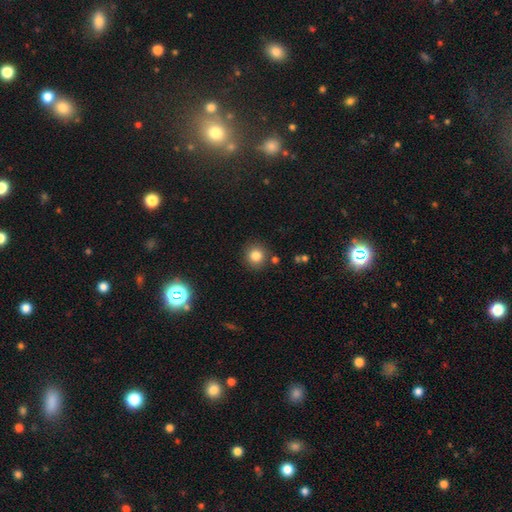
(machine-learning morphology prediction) type=smooth (82%); roundness=round (92%); merging=none (86%).